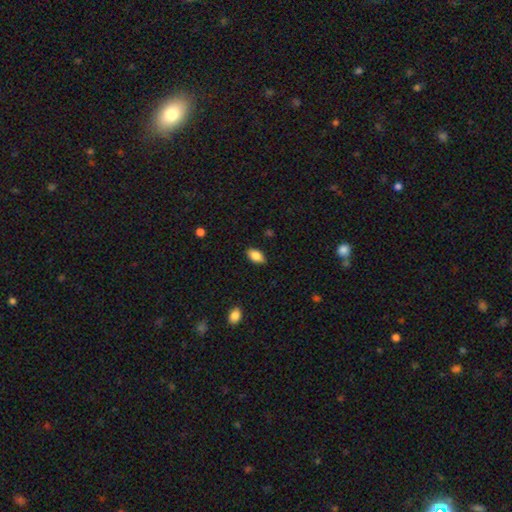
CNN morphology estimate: smooth_or_featured: smooth (p=0.85) [alt: star or artifact p=0.08]
how_rounded: in between (p=0.91) [alt: round p=0.06]
merging: none (p=0.85) [alt: minor disturbance p=0.12]